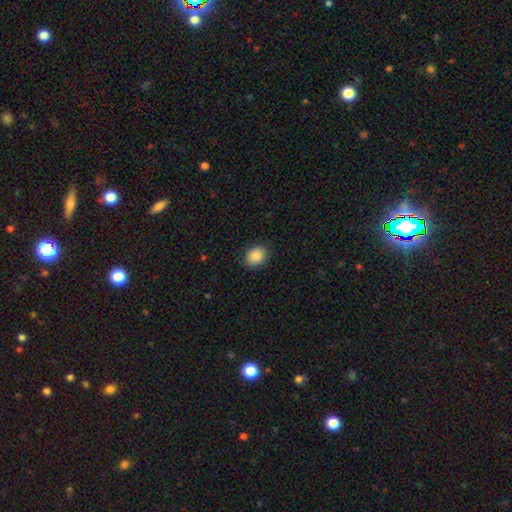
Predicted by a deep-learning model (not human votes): smooth_or_featured: smooth (p=0.88) [alt: star or artifact p=0.08]
how_rounded: round (p=0.50) [alt: in between p=0.49]
merging: none (p=0.87) [alt: minor disturbance p=0.10]